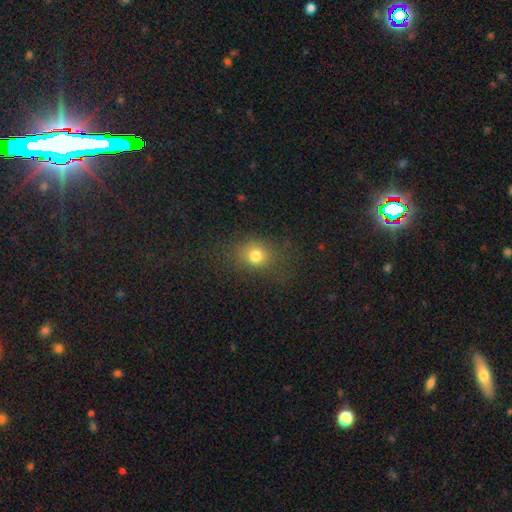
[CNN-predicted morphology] Smooth or featured?
  - smooth: 77% *
  - star or artifact: 15%
  - featured or disk: 8%
How rounded?
  - round: 62% *
  - in between: 36%
  - cigar-shaped: 1%
Merging?
  - none: 76% *
  - minor disturbance: 14%
  - major disturbance: 8%
  - merger: 2%